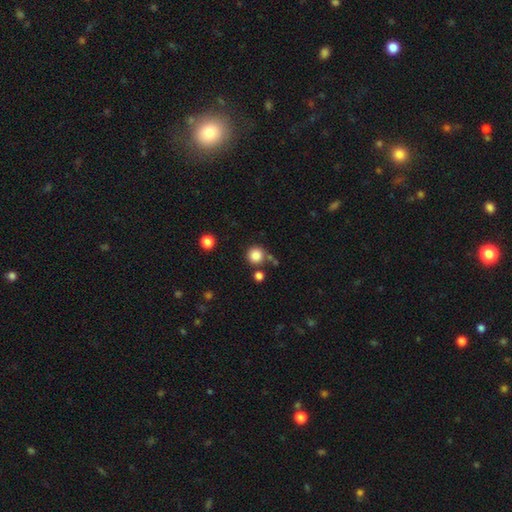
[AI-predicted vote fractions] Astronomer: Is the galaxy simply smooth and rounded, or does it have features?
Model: smooth — 85%.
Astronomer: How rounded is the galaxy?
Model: round — 94%.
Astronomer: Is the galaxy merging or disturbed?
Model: none — 77%.